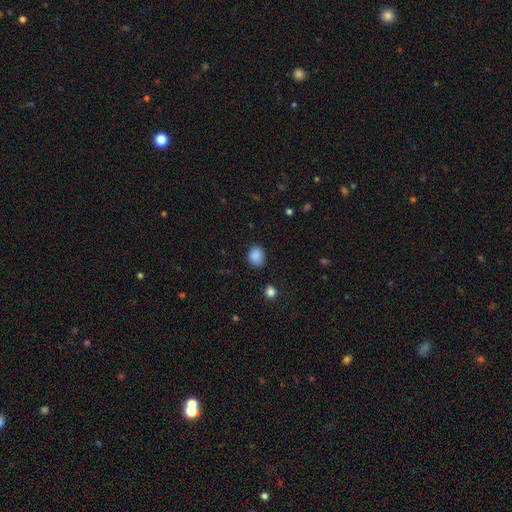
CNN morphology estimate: smooth_or_featured: smooth (p=0.87) [alt: star or artifact p=0.09]
how_rounded: round (p=0.61) [alt: in between p=0.38]
merging: none (p=0.77) [alt: minor disturbance p=0.17]